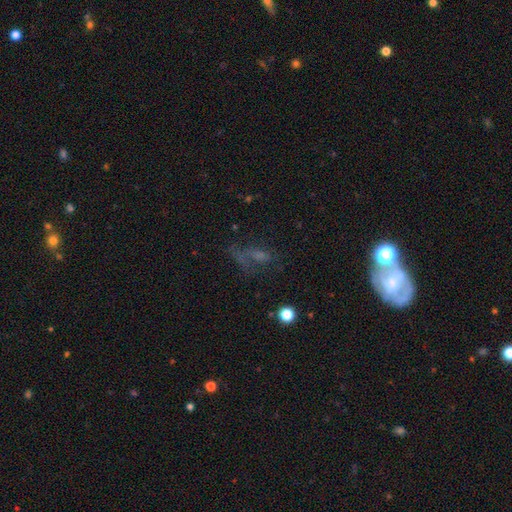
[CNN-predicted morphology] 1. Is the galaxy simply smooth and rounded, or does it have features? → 35% featured or disk, 33% smooth, 32% star or artifact.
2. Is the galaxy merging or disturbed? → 42% none, 33% major disturbance, 20% minor disturbance, 5% merger.